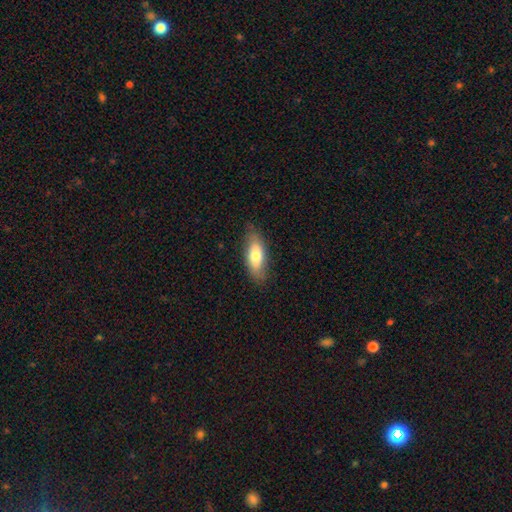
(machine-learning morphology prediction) A smooth galaxy with no disk features (73%) that is in between round and cigar-shaped (77%).

Vote fractions:
- Smooth or featured? smooth: 73% / featured or disk: 21% / star or artifact: 6%
- How rounded? in between: 77% / cigar-shaped: 20% / round: 3%
- Merging? none: 79% / minor disturbance: 17% / major disturbance: 3% / merger: 1%